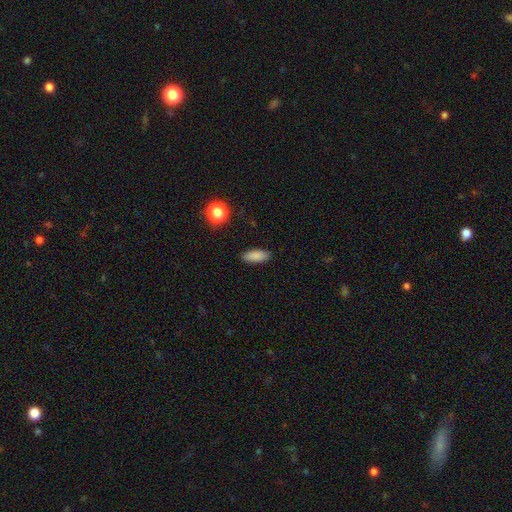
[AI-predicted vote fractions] A smooth galaxy with no disk features (86%) that is in between round and cigar-shaped (76%).

Vote fractions:
- Smooth or featured? smooth: 86% / star or artifact: 9% / featured or disk: 5%
- How rounded? in between: 76% / cigar-shaped: 21% / round: 3%
- Merging? none: 88% / minor disturbance: 8% / major disturbance: 2% / merger: 1%